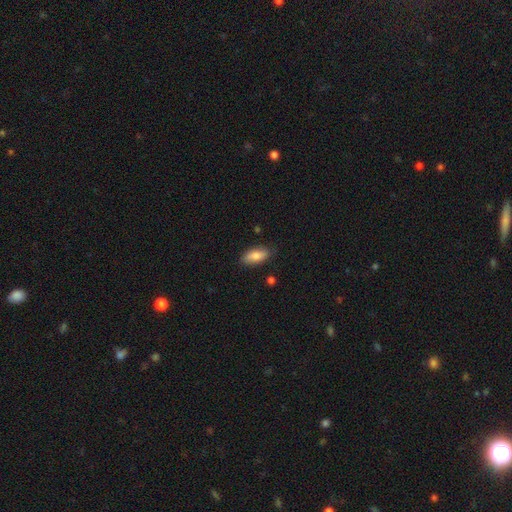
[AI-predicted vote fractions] Smooth or featured: smooth — 81% (featured or disk — 12%)
How rounded: in between — 86% (cigar-shaped — 12%)
Merging: none — 82% (minor disturbance — 14%)